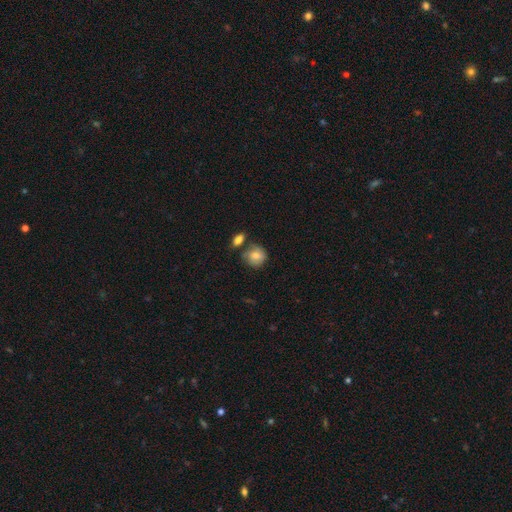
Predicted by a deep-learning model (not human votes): Overall: smooth (71%). How rounded: round (78%). Merging: none (58%; minor disturbance 19%).